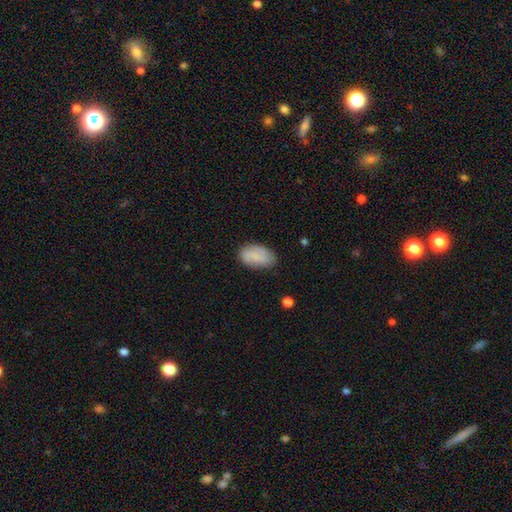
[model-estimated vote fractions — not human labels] Smooth or featured?
  - smooth: 75% *
  - featured or disk: 18%
  - star or artifact: 7%
How rounded?
  - in between: 93% *
  - round: 5%
  - cigar-shaped: 2%
Merging?
  - none: 77% *
  - minor disturbance: 18%
  - major disturbance: 4%
  - merger: 2%